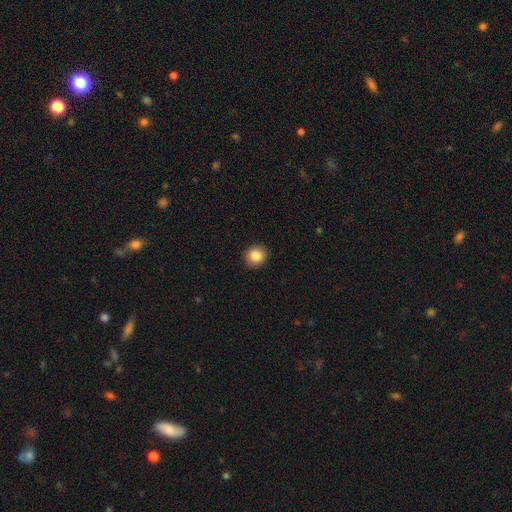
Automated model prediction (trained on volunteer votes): The model was most divided on "how rounded": round: 87%, in between: 12%, cigar-shaped: 1%. More confident: merging — none (91%); smooth or featured — smooth (85%).